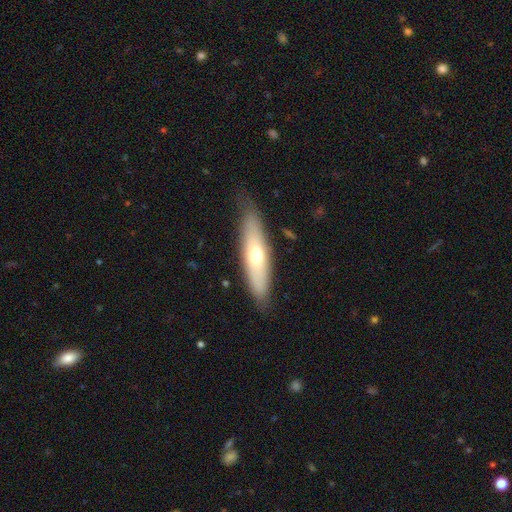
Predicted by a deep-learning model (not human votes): smooth_or_featured: smooth (p=0.57) [alt: featured or disk p=0.37]
how_rounded: cigar-shaped (p=0.62) [alt: in between p=0.36]
merging: none (p=0.79) [alt: minor disturbance p=0.16]